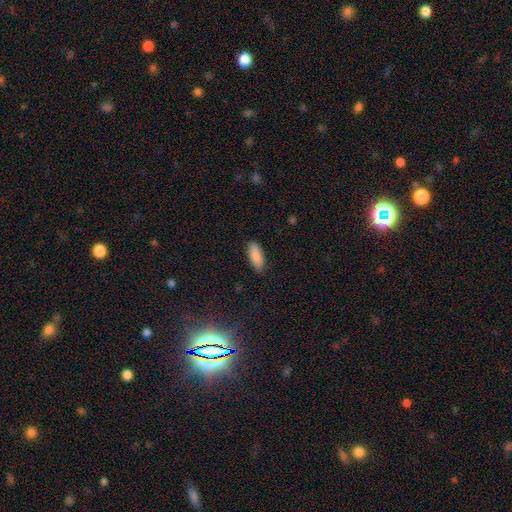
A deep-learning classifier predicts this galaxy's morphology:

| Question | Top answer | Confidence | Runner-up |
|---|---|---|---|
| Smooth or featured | smooth | 87% | star or artifact (6%) |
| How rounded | in between | 72% | cigar-shaped (26%) |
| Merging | none | 87% | minor disturbance (9%) |